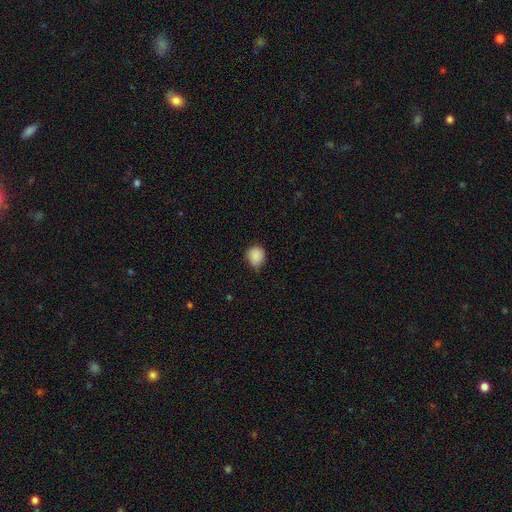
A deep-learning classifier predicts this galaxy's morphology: This appears to be a smooth galaxy with no disk features (87%) that is round (80%). Merging: none (62%).